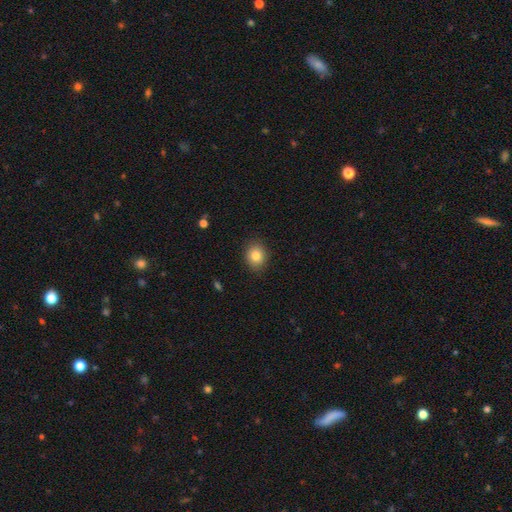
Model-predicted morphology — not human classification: smooth 83%, star or artifact 10%, featured or disk 8%. Down the decision tree: how rounded — round (66%); merging — none (88%).